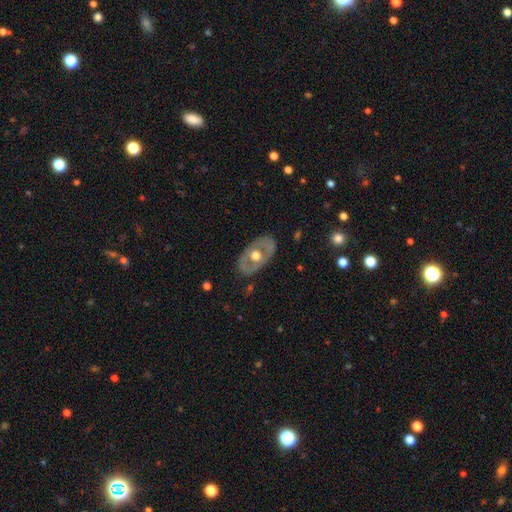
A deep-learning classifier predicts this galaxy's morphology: A featured or disk galaxy (57%) with no bar (89%), no spiral arms (88%) and a moderate central bulge (69%). Merging: none (79%).